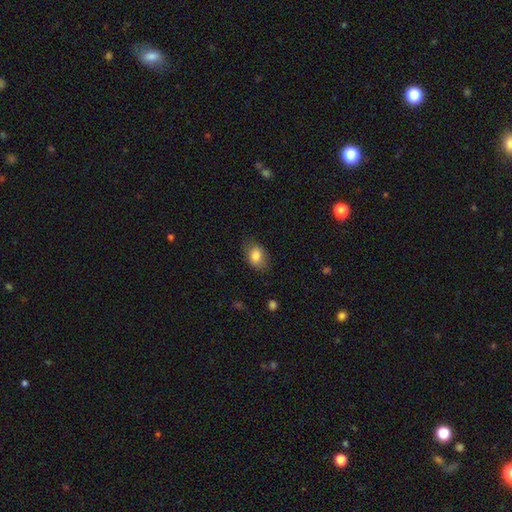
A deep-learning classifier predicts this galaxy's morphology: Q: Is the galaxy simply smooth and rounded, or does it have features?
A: smooth — 83%.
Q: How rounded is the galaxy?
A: in between — 76%.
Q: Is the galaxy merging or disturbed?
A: none — 74%.